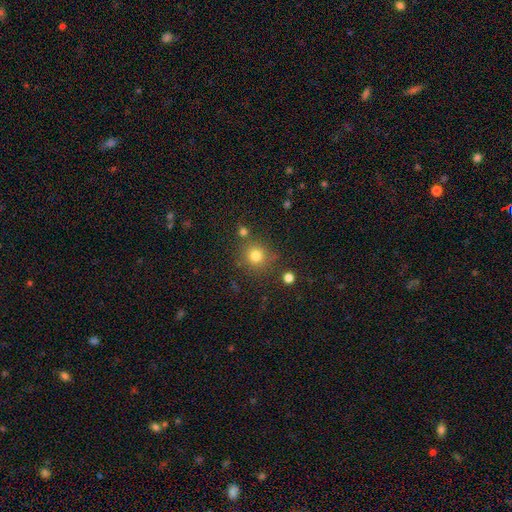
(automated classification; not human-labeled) Smooth or featured?
  - smooth: 78% *
  - star or artifact: 15%
  - featured or disk: 7%
How rounded?
  - round: 91% *
  - in between: 8%
  - cigar-shaped: 1%
Merging?
  - none: 79% *
  - minor disturbance: 10%
  - merger: 7%
  - major disturbance: 4%